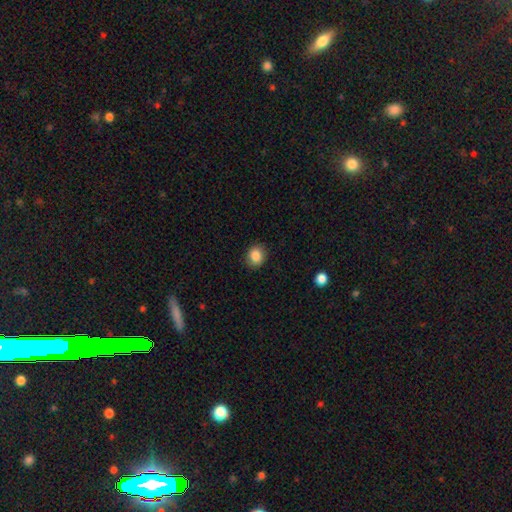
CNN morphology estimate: This appears to be a smooth galaxy with no disk features (87%) that is round (70%). Merging: none (89%).